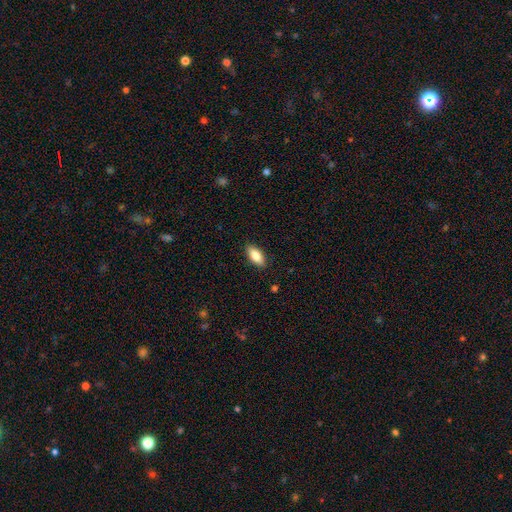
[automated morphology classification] smooth_or_featured: smooth (p=0.84) [alt: featured or disk p=0.10]
how_rounded: in between (p=0.87) [alt: cigar-shaped p=0.11]
merging: none (p=0.88) [alt: minor disturbance p=0.09]